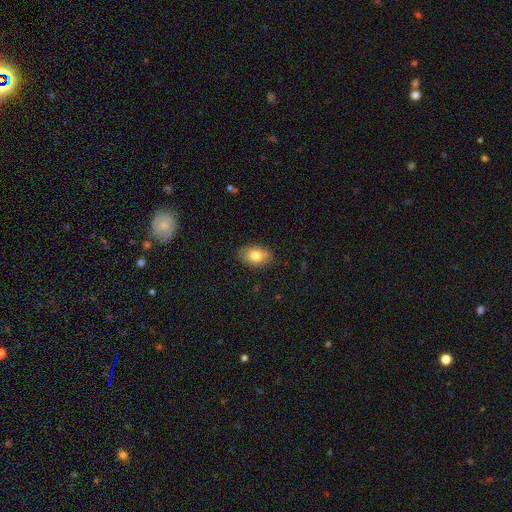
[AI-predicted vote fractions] Smooth or featured: smooth — 77% (featured or disk — 15%)
How rounded: in between — 86% (round — 12%)
Merging: none — 83% (minor disturbance — 13%)